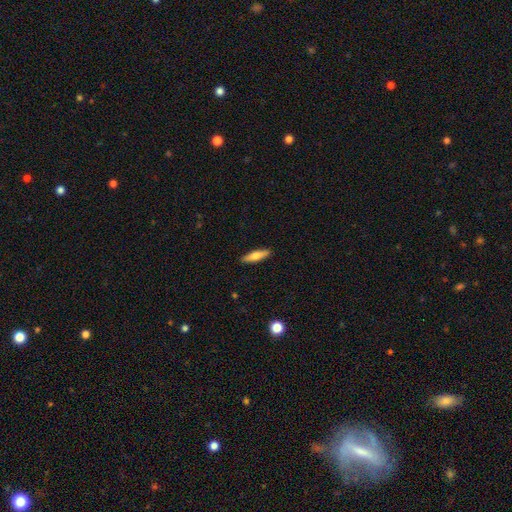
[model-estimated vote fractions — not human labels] Smooth or featured: smooth — 68% (featured or disk — 26%)
How rounded: cigar-shaped — 72% (in between — 26%)
Merging: none — 90% (minor disturbance — 7%)